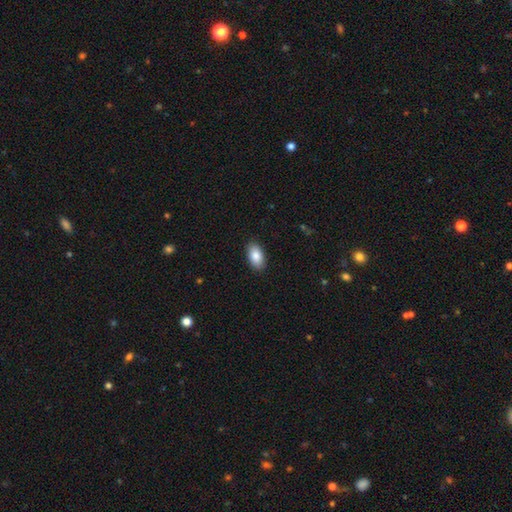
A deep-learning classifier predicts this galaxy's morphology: smooth 87%, star or artifact 7%, featured or disk 7%. Down the decision tree: how rounded — in between (94%); merging — none (89%).